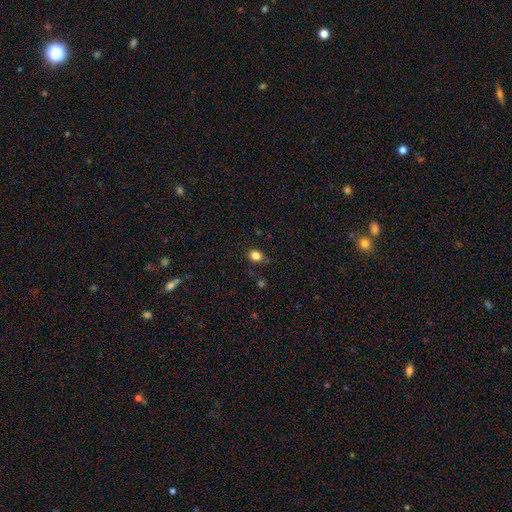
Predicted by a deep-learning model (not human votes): smooth-or-featured: smooth: 83% | star or artifact: 12% | featured or disk: 5%
  how-rounded: round: 51% | in between: 48% | cigar-shaped: 1%
  merging: none: 77% | minor disturbance: 17% | major disturbance: 4% | merger: 2%